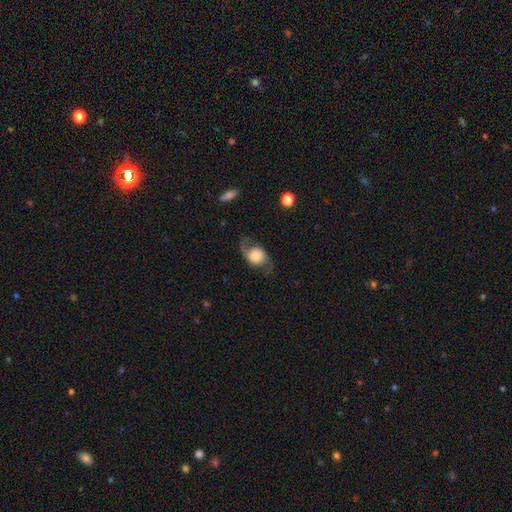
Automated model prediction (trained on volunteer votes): smooth-or-featured: featured or disk: 69% | smooth: 23% | star or artifact: 7%
  disk-edge-on: no: 96% | yes: 4%
    bar: no: 70% | weak: 24% | strong: 5%
    has-spiral-arms: yes: 93% | no: 7%
      spiral-winding: loose: 65% | medium: 29% | tight: 6%
      spiral-arm-count: 2: 88% | 1: 7% | can't tell: 2% | 3: 1% | 4: 1% | more than 4: 1%
    bulge-size: large: 41% | moderate: 27% | dominant: 17% | small: 11% | none: 5%
  merging: none: 67% | minor disturbance: 18% | major disturbance: 13% | merger: 2%